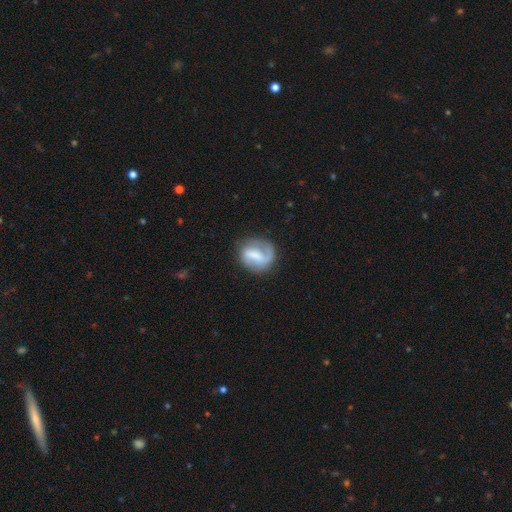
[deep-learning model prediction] This is likely a featured or disk galaxy (62%). It is clearly not viewed edge-on (97%). Bar: marginally strong (43%). Spiral arm pattern: clearly yes (83%). Spiral arm count: possibly 2 (58%). Spiral winding: marginally loose (40%). Central bulge: marginally none (32%). Merging: likely none (65%).